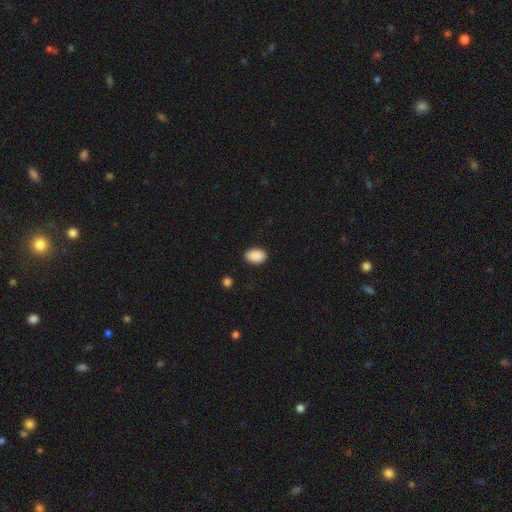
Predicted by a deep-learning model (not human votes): A smooth galaxy with no disk features (90%) that is in between round and cigar-shaped (89%).

Vote fractions:
- Smooth or featured? smooth: 90% / star or artifact: 7% / featured or disk: 3%
- How rounded? in between: 89% / round: 10% / cigar-shaped: 1%
- Merging? none: 87% / minor disturbance: 10% / major disturbance: 2% / merger: 1%